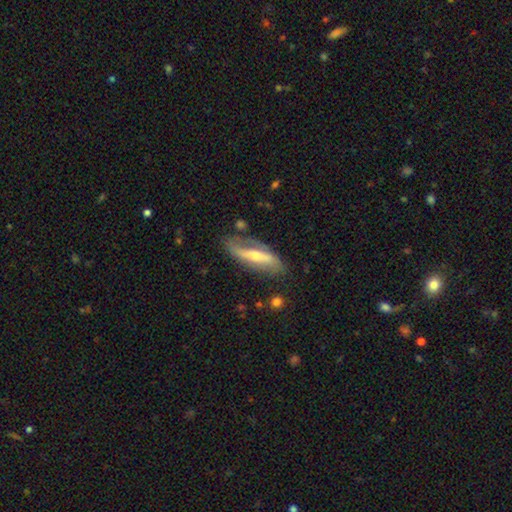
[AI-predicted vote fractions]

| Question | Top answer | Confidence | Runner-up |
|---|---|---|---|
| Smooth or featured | featured or disk | 67% | smooth (27%) |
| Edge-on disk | no | 61% | yes (39%) |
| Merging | none | 66% | minor disturbance (22%) |